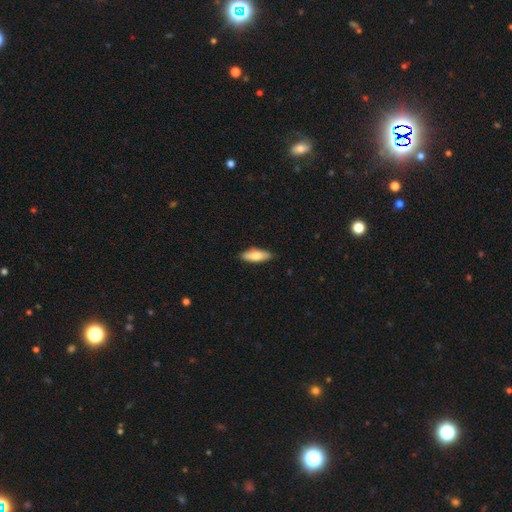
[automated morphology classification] Q: Smooth or featured?
A: smooth (76%); runner-up: featured or disk (18%)
Q: How rounded?
A: in between (62%); runner-up: cigar-shaped (35%)
Q: Merging?
A: none (88%); runner-up: minor disturbance (9%)